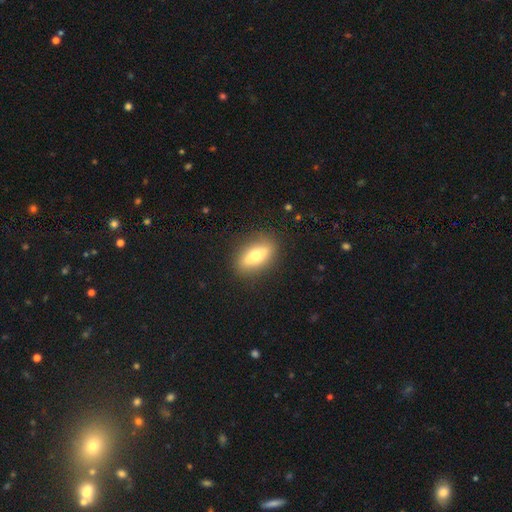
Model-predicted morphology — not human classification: Overall: smooth (59%; featured or disk 34%). How rounded: in between (77%). Merging: none (85%).